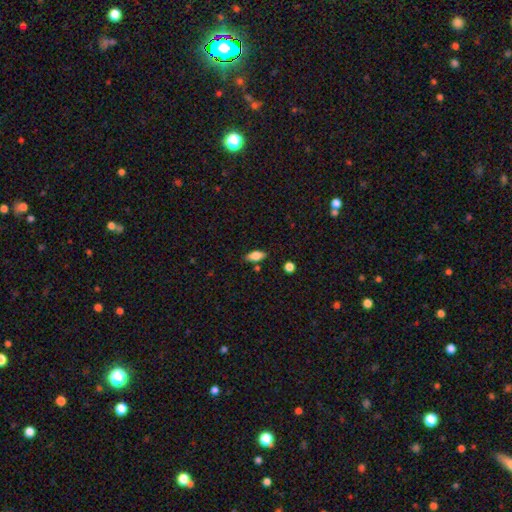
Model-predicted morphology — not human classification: smooth_or_featured: smooth (p=0.78) [alt: featured or disk p=0.14]
how_rounded: in between (p=0.83) [alt: cigar-shaped p=0.14]
merging: none (p=0.80) [alt: minor disturbance p=0.13]